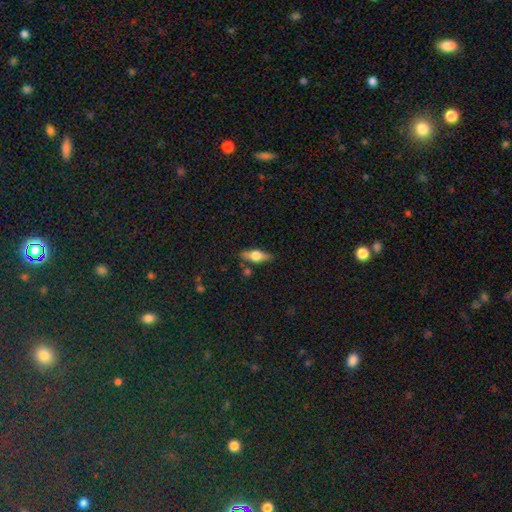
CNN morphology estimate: Q: Smooth or featured?
A: smooth (53%); runner-up: featured or disk (40%)
Q: How rounded?
A: in between (61%); runner-up: cigar-shaped (35%)
Q: Merging?
A: none (81%); runner-up: minor disturbance (12%)